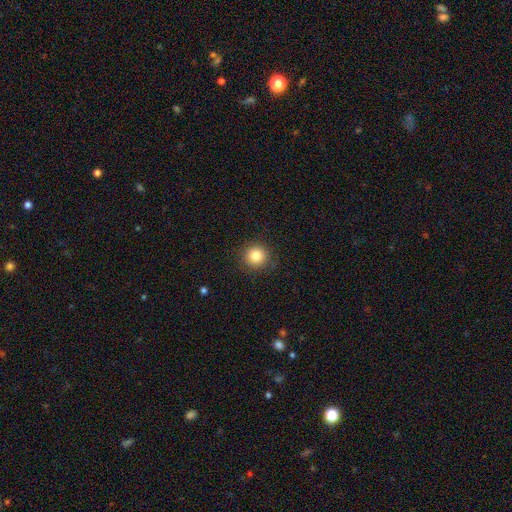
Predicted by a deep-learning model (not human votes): Smooth or featured: smooth — 82% (star or artifact — 11%)
How rounded: round — 94% (in between — 5%)
Merging: none — 89% (minor disturbance — 7%)